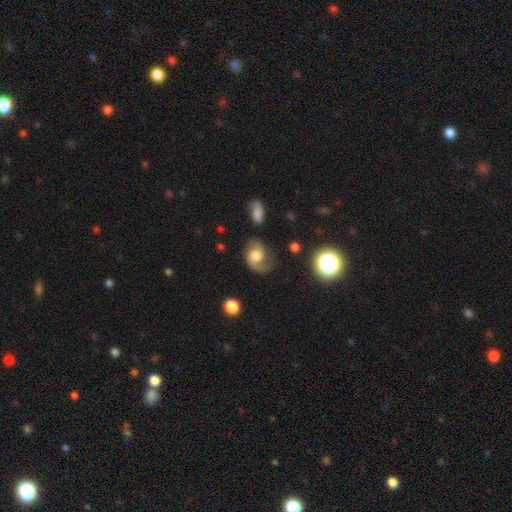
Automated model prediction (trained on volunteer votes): This is likely a featured or disk galaxy (70%). It is clearly not viewed edge-on (97%). Bar: likely no (62%). Spiral arm pattern: clearly yes (93%). Spiral arm count: likely 2 (74%). Spiral winding: possibly medium (47%). Central bulge: possibly moderate (45%). Merging: possibly none (57%).